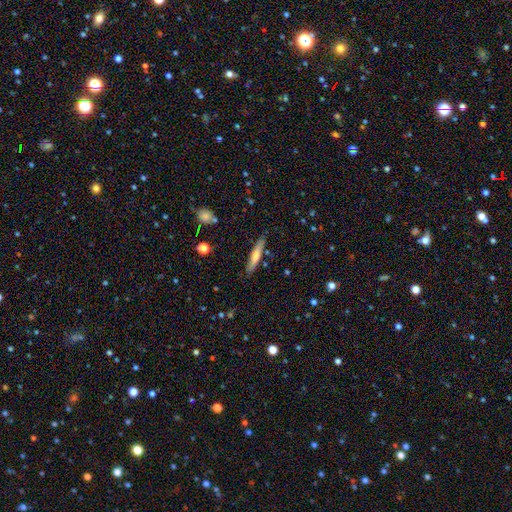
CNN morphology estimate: A smooth galaxy with no disk features (54%) that is cigar-shaped (90%). Merging: none (86%).